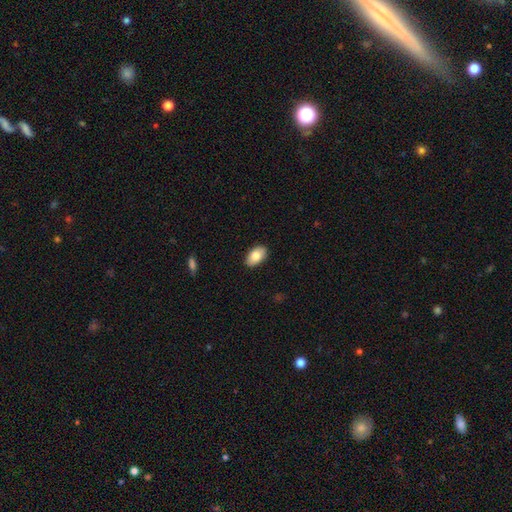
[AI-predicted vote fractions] Q: Smooth or featured?
A: smooth (81%); runner-up: featured or disk (13%)
Q: How rounded?
A: in between (93%); runner-up: round (5%)
Q: Merging?
A: none (88%); runner-up: minor disturbance (9%)